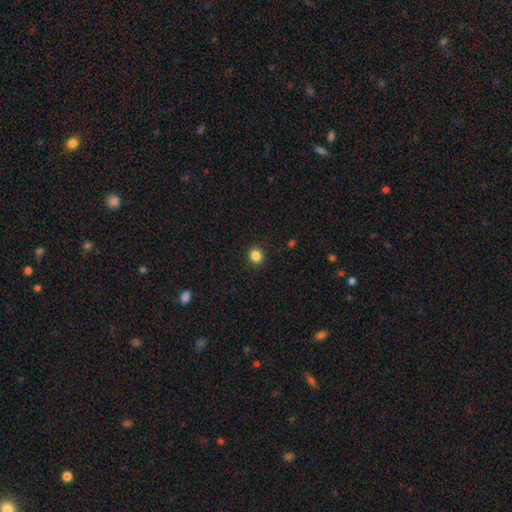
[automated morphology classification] Overall: smooth (85%). How rounded: round (77%). Merging: none (91%).